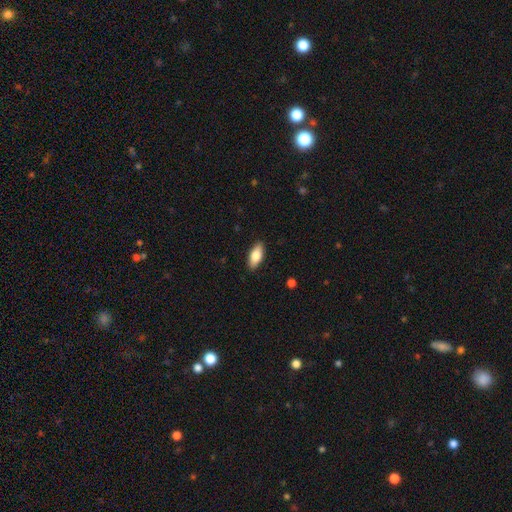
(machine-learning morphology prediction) Q: Smooth or featured?
A: smooth (80%); runner-up: featured or disk (13%)
Q: How rounded?
A: in between (86%); runner-up: cigar-shaped (12%)
Q: Merging?
A: none (89%); runner-up: minor disturbance (8%)